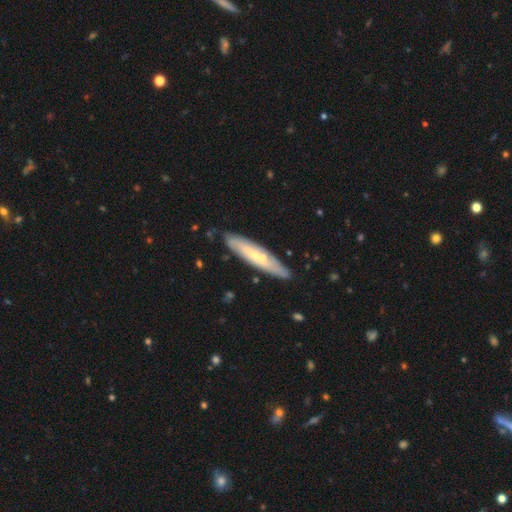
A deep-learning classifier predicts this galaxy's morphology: A featured or disk galaxy (54%) viewed edge-on (57%).

Vote fractions:
- Smooth or featured? featured or disk: 54% / smooth: 40% / star or artifact: 6%
- Edge-on disk? yes: 57% / no: 43%
- Merging? none: 82% / minor disturbance: 12% / merger: 3% / major disturbance: 2%